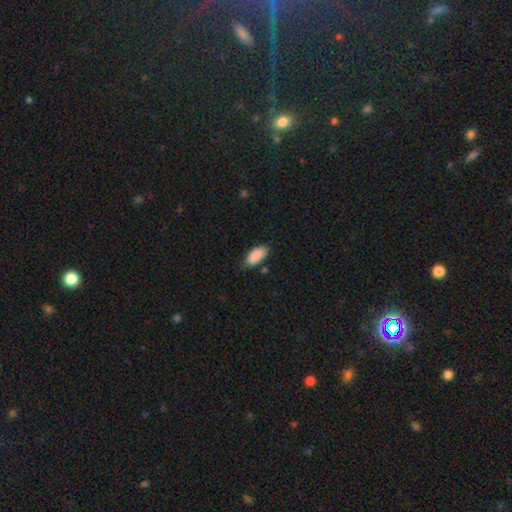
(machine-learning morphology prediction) Overall: smooth (89%). How rounded: in between (92%). Merging: none (71%).